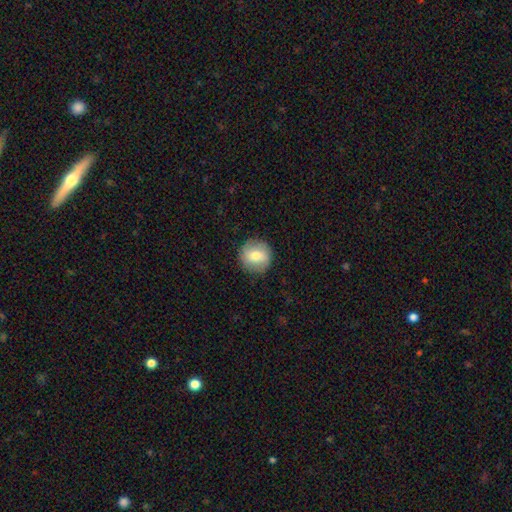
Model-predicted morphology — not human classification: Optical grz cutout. It shows a smooth galaxy with no disk features (68%) that is round (93%). Merging: none (88%).